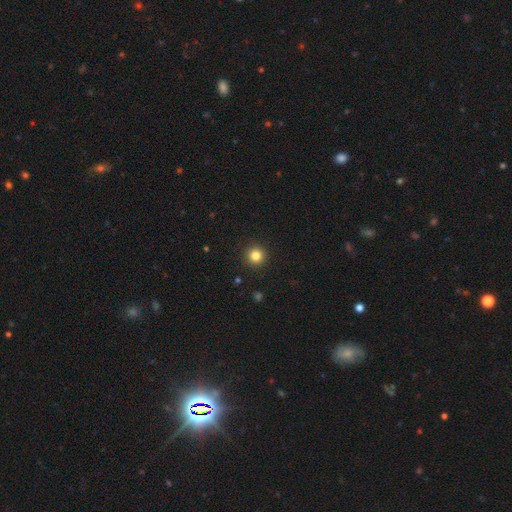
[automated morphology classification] Q: Smooth or featured?
A: smooth (83%); runner-up: star or artifact (12%)
Q: How rounded?
A: round (96%); runner-up: in between (3%)
Q: Merging?
A: none (93%); runner-up: minor disturbance (4%)